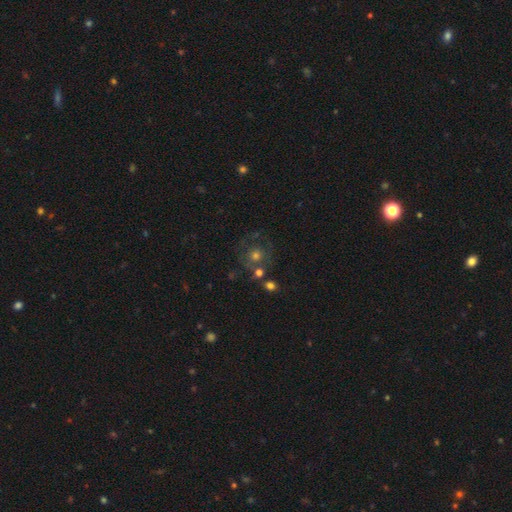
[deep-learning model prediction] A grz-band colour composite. It shows a featured or disk galaxy (41%). Merging: none (67%).